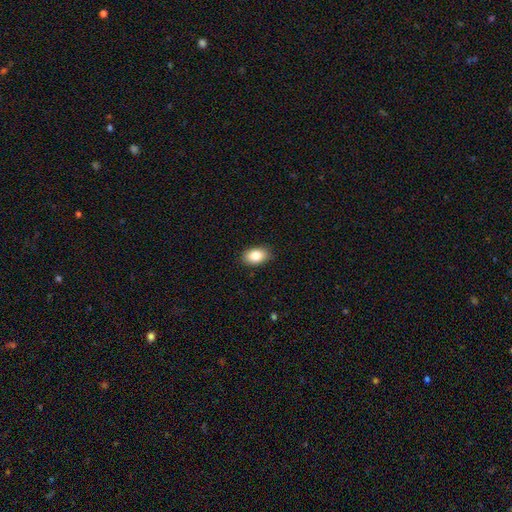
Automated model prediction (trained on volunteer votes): The model was most divided on "smooth or featured": smooth: 85%, star or artifact: 8%, featured or disk: 8%. More confident: how rounded — in between (88%); merging — none (88%).